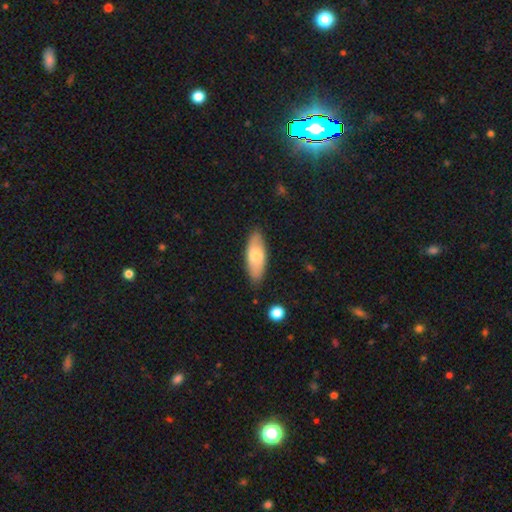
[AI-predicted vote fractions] smooth_or_featured: smooth (p=0.68) [alt: featured or disk p=0.26]
how_rounded: in between (p=0.76) [alt: cigar-shaped p=0.22]
merging: none (p=0.85) [alt: minor disturbance p=0.11]